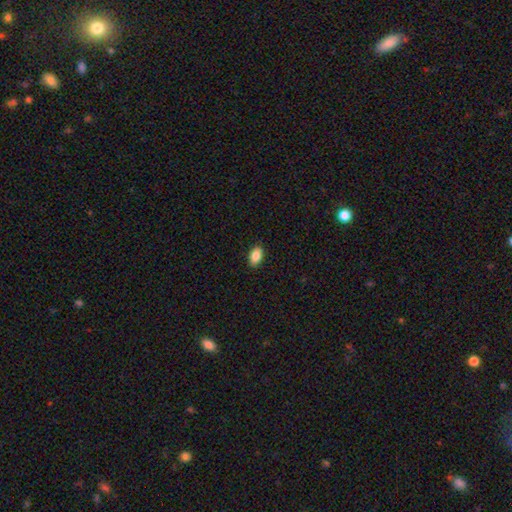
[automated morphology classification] smooth_or_featured: smooth (p=0.87) [alt: star or artifact p=0.08]
how_rounded: in between (p=0.91) [alt: round p=0.07]
merging: none (p=0.90) [alt: minor disturbance p=0.08]